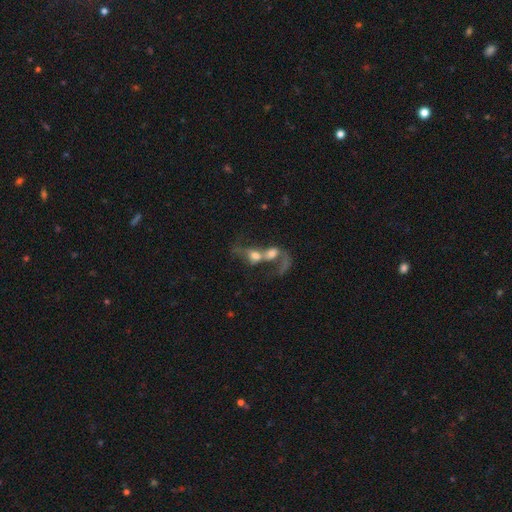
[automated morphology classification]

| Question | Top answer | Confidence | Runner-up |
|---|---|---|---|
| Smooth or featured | featured or disk | 45% | smooth (44%) |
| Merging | merger | 80% | major disturbance (10%) |